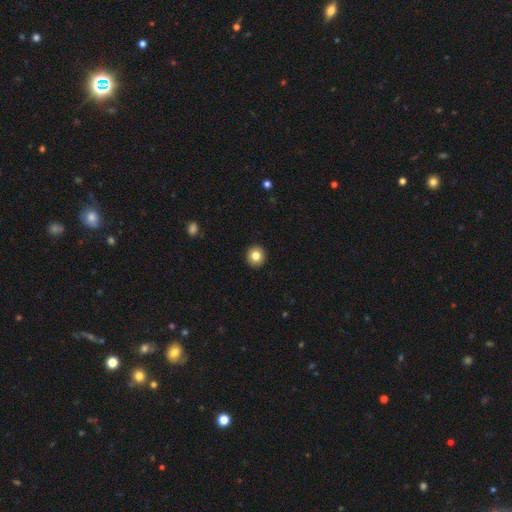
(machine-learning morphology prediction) Smooth or featured: smooth — 82% (star or artifact — 10%)
How rounded: round — 92% (in between — 7%)
Merging: none — 93% (minor disturbance — 4%)